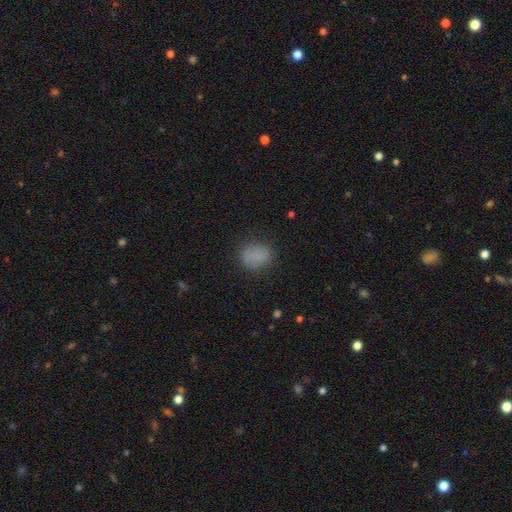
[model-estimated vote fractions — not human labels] Overall: smooth (80%). How rounded: round (57%; in between 42%). Merging: none (81%).